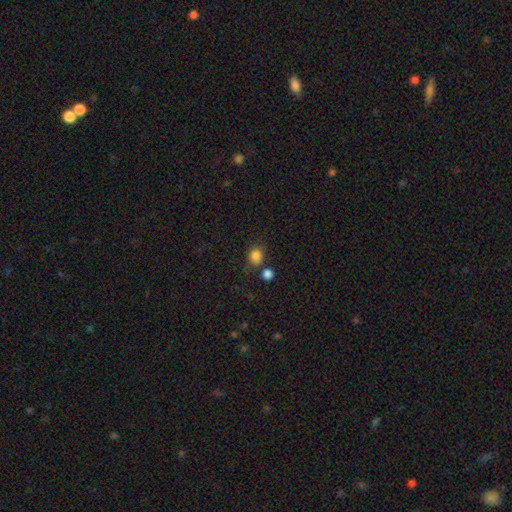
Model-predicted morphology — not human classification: Smooth or featured? Predicted: smooth (p=0.82). How rounded? Predicted: round (p=0.71). Merging? Predicted: none (p=0.63).